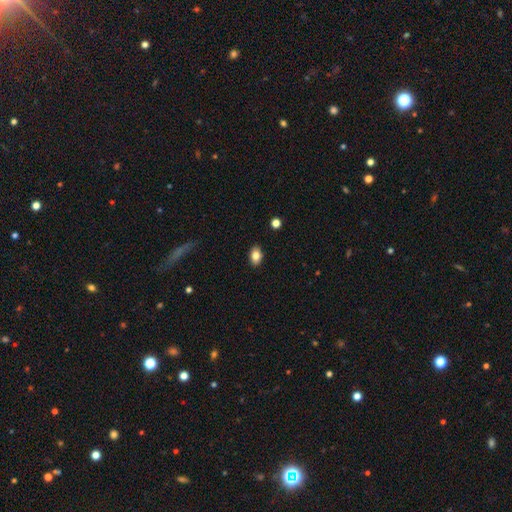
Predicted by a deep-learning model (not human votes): smooth_or_featured: smooth (p=0.82) [alt: featured or disk p=0.09]
how_rounded: in between (p=0.85) [alt: round p=0.14]
merging: none (p=0.88) [alt: minor disturbance p=0.09]